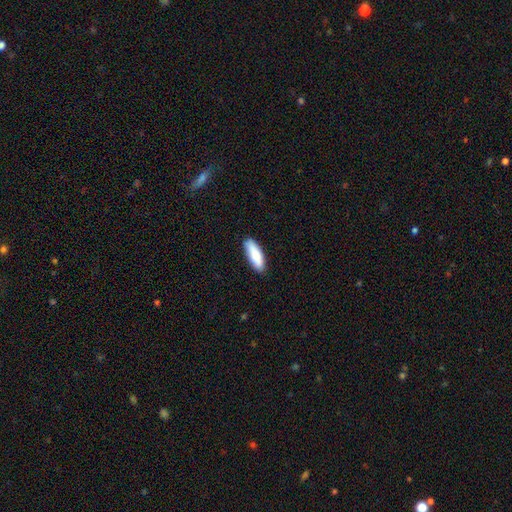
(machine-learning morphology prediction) smooth-or-featured: smooth: 83% | featured or disk: 11% | star or artifact: 6%
  how-rounded: in between: 58% | cigar-shaped: 40% | round: 2%
  merging: none: 85% | minor disturbance: 12% | major disturbance: 2% | merger: 1%